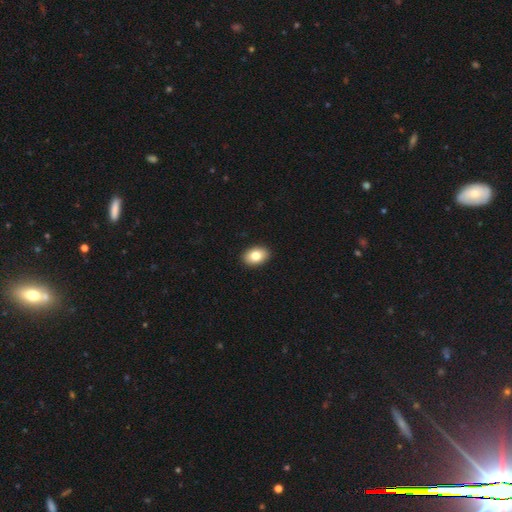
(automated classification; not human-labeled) smooth-or-featured: smooth: 82% | featured or disk: 11% | star or artifact: 8%
  how-rounded: in between: 85% | round: 14% | cigar-shaped: 1%
  merging: none: 92% | minor disturbance: 6% | major disturbance: 1% | merger: 1%